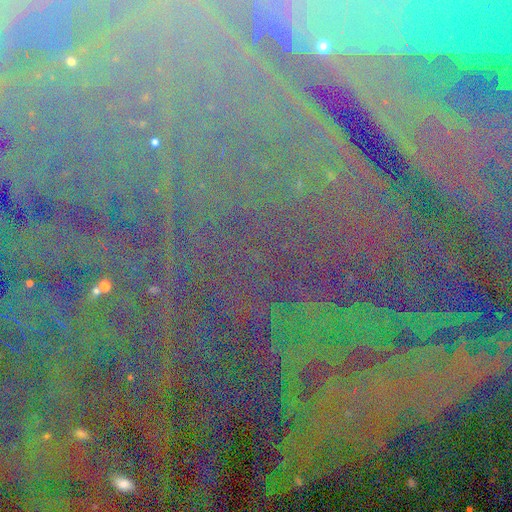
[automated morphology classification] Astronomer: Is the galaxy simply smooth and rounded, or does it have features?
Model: star or artifact — 86%.